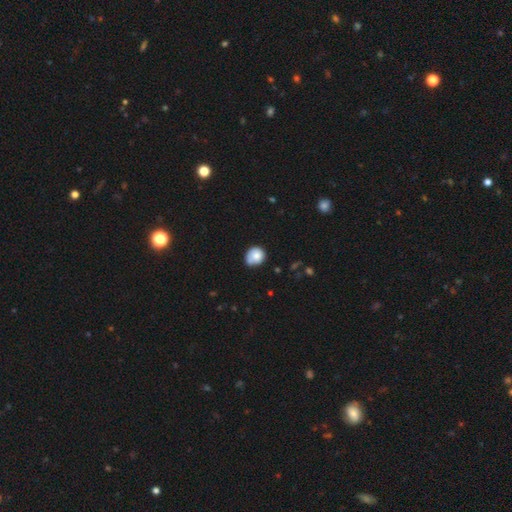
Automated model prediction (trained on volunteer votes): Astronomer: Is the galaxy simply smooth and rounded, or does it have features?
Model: smooth — 79%.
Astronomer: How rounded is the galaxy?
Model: round — 74%.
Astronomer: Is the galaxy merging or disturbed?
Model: none — 53% (runner-up: minor disturbance, 33%).